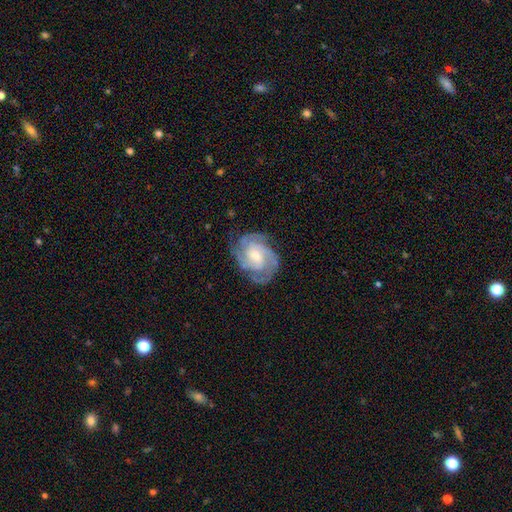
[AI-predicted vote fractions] The model was most divided on "spiral arm count": 3: 33%, can't tell: 21%, 4: 18%, 2: 17%, more than 4: 5%, 1: 5%. More confident: edge-on disk — no (98%); spiral arms — yes (96%); smooth or featured — featured or disk (85%); merging — none (73%); bar — no (57%); bulge size — small (56%); spiral winding — tight (55%).